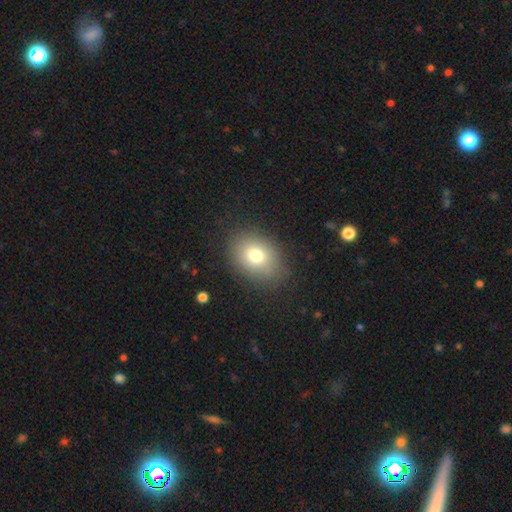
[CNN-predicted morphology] Smooth or featured? smooth (75%)
How rounded? in between (63%)
Merging? none (80%)